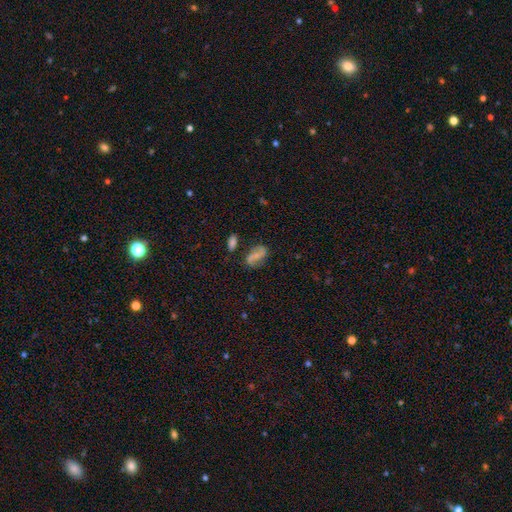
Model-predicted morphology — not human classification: type=featured or disk (53%); edge-on=no (95%); bar=no (40%); spiral arms=yes (83%); bulge=small (45%); merging=none (63%).